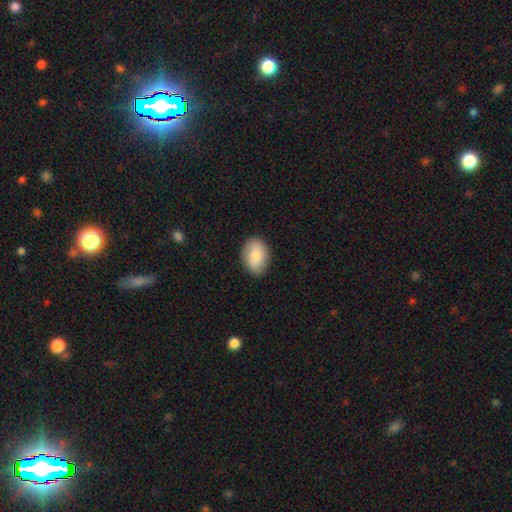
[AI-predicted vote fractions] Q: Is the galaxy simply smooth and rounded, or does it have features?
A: smooth — 85%.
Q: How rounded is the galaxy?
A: in between — 85%.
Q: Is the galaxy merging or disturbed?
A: none — 87%.